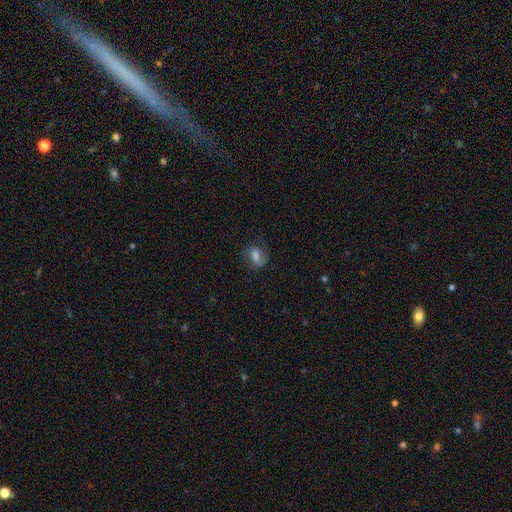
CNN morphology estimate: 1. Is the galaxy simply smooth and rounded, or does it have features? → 51% smooth, 38% featured or disk, 11% star or artifact.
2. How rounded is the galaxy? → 65% in between, 31% round, 4% cigar-shaped.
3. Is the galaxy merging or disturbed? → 64% none, 21% minor disturbance, 14% major disturbance, 2% merger.